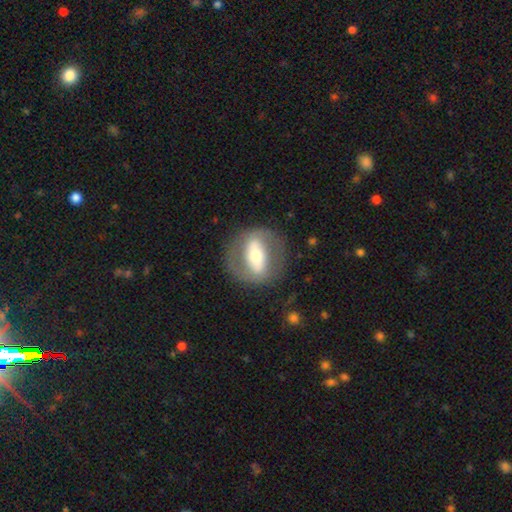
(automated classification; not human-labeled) This appears to be a featured or disk galaxy (69%) with a strong bar (59%), no spiral arms (50%, tied with yes) and a moderate central bulge (59%). Merging: none (79%).